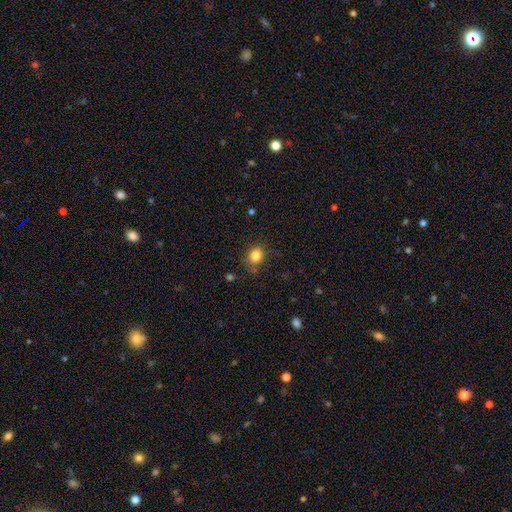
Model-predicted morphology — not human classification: Q: Smooth or featured?
A: smooth (82%); runner-up: star or artifact (11%)
Q: How rounded?
A: round (74%); runner-up: in between (25%)
Q: Merging?
A: none (74%); runner-up: minor disturbance (18%)